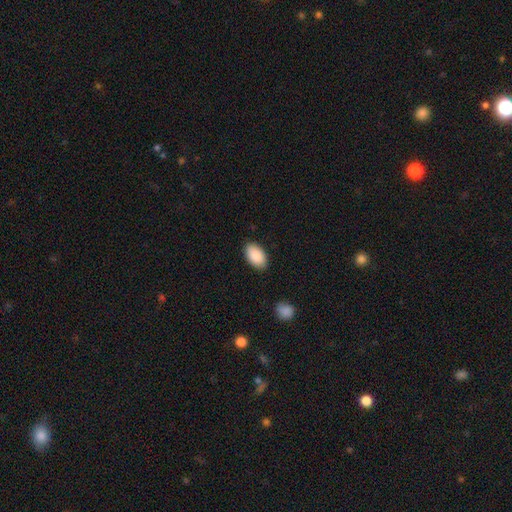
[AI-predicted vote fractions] Smooth or featured: smooth — 90% (star or artifact — 6%)
How rounded: in between — 94% (round — 4%)
Merging: none — 87% (minor disturbance — 9%)